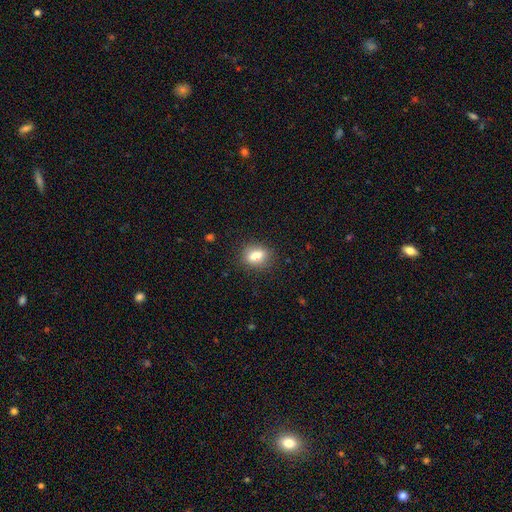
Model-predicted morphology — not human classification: Overall: smooth (81%). How rounded: in between (74%). Merging: none (82%).